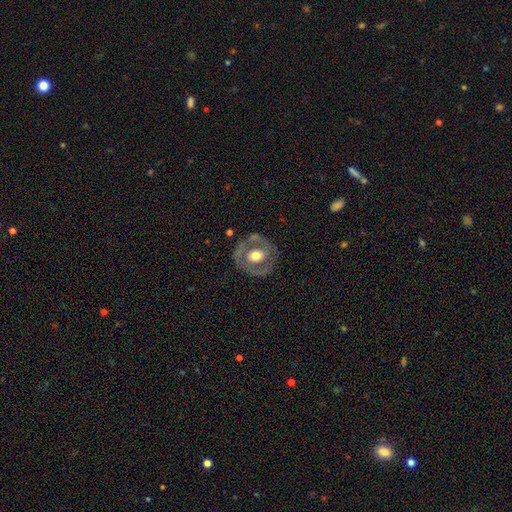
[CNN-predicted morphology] A featured or disk galaxy (61%) with no bar (72%), no spiral arms (73%) and a moderate central bulge (63%).

Vote fractions:
- Smooth or featured? featured or disk: 61% / smooth: 33% / star or artifact: 5%
- Edge-on disk? no: 95% / yes: 5%
- Bar? no: 72% / weak: 20% / strong: 8%
- Spiral arms? no: 73% / yes: 27%
- Bulge size? moderate: 63% / large: 29% / small: 6% / dominant: 2% / none: 1%
- Merging? none: 73% / minor disturbance: 16% / major disturbance: 8% / merger: 2%